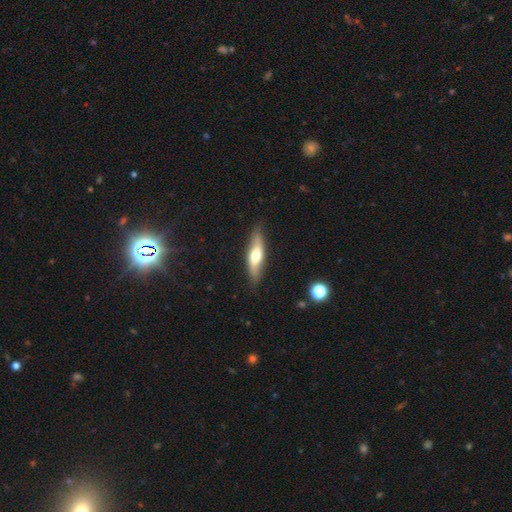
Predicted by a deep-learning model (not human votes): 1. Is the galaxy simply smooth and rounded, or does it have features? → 48% smooth, 47% featured or disk, 5% star or artifact.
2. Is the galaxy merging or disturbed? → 82% none, 14% minor disturbance, 3% major disturbance, 1% merger.